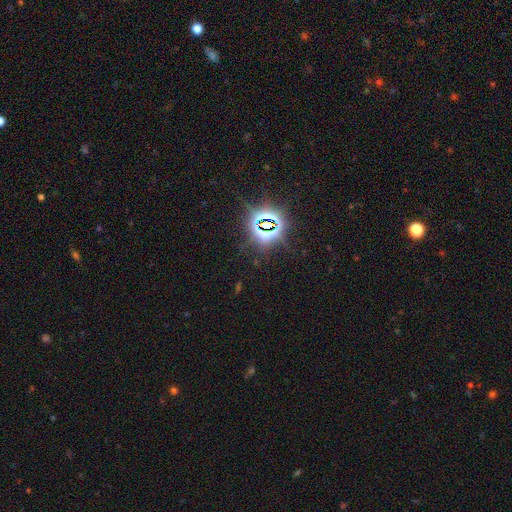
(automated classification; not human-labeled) This is clearly a star or artifact rather than a galaxy (82%).